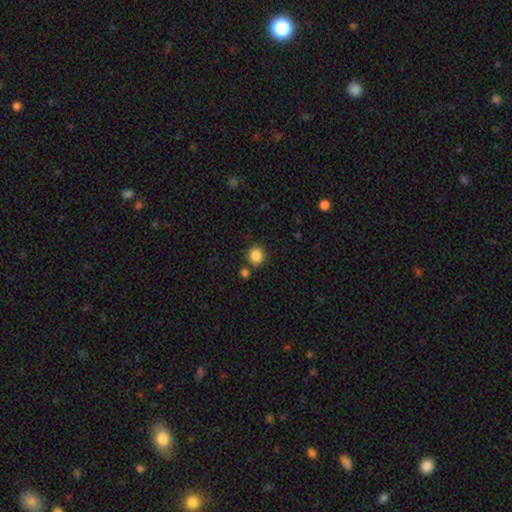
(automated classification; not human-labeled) smooth 86%, star or artifact 10%, featured or disk 4%. Down the decision tree: how rounded — round (87%); merging — none (79%).